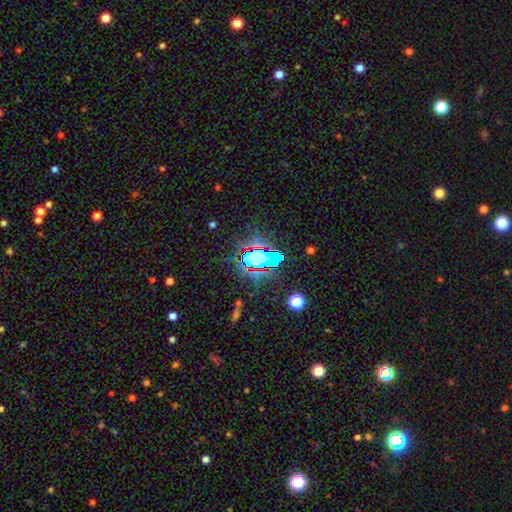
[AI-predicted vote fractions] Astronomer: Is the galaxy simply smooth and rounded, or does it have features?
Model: star or artifact — 65%.